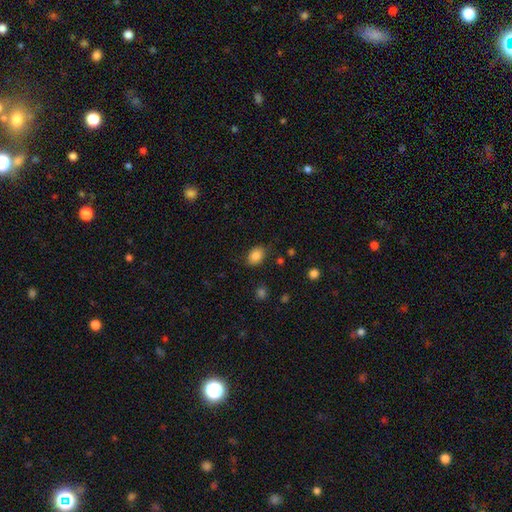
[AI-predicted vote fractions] Morphology: type=smooth (85%); roundness=in between (66%); merging=none (80%).